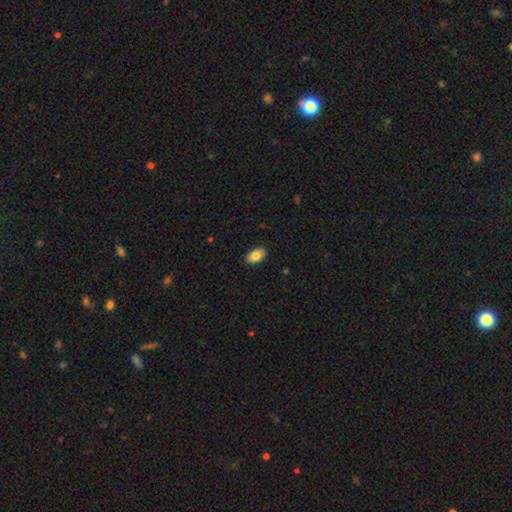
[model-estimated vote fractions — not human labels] This appears to be a smooth galaxy with no disk features (85%) that is in between round and cigar-shaped (93%). Merging: none (89%).